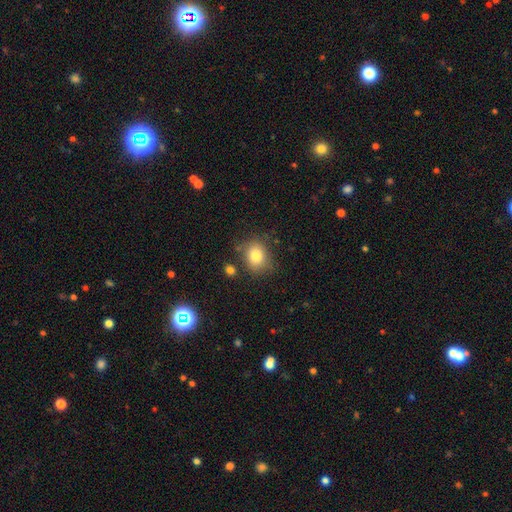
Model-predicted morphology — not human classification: type=smooth (81%); roundness=round (57%); merging=none (76%).